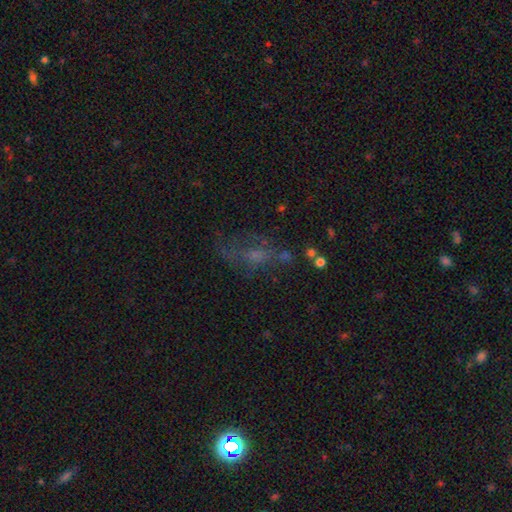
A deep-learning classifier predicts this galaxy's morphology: Smooth or featured: featured or disk — 40% (smooth — 37%)
Merging: none — 43% (major disturbance — 29%)